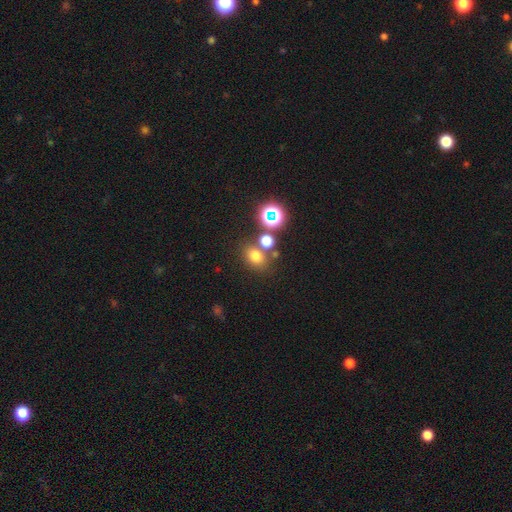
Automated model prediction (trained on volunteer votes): A smooth galaxy with no disk features (69%) that is round (51%). Merging: none (66%).